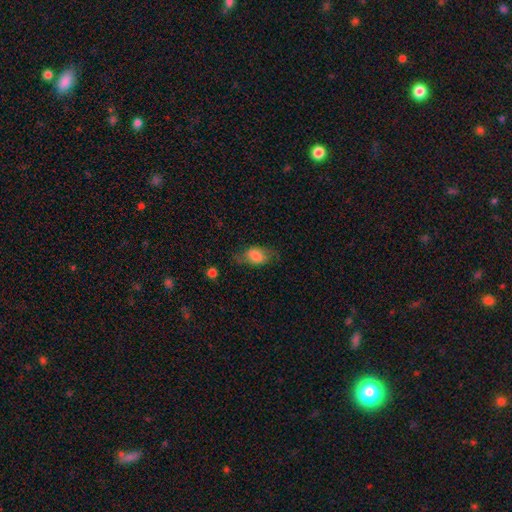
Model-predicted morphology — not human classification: A smooth galaxy with no disk features (68%) that is in between round and cigar-shaped (84%).

Vote fractions:
- Smooth or featured? smooth: 68% / featured or disk: 25% / star or artifact: 8%
- How rounded? in between: 84% / round: 13% / cigar-shaped: 3%
- Merging? none: 61% / minor disturbance: 24% / major disturbance: 13% / merger: 2%